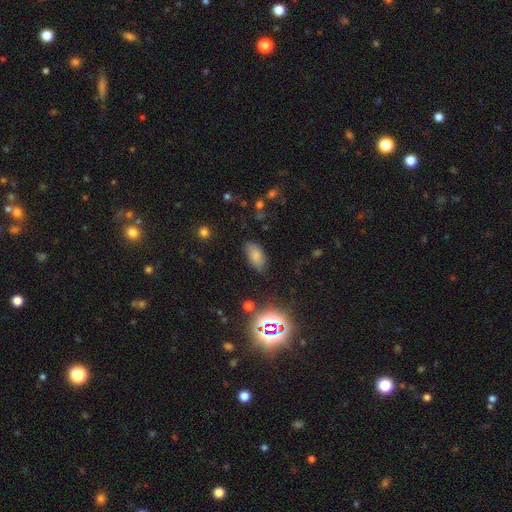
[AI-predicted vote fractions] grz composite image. It shows a smooth galaxy with no disk features (75%) that is in between round and cigar-shaped (92%). Merging: none (76%).